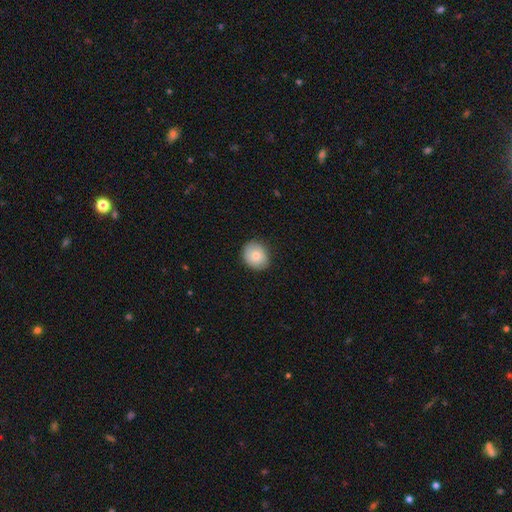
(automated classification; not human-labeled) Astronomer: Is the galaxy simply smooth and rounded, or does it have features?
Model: smooth — 79%.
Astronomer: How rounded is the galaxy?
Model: round — 65%.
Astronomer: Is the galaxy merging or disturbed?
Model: none — 85%.